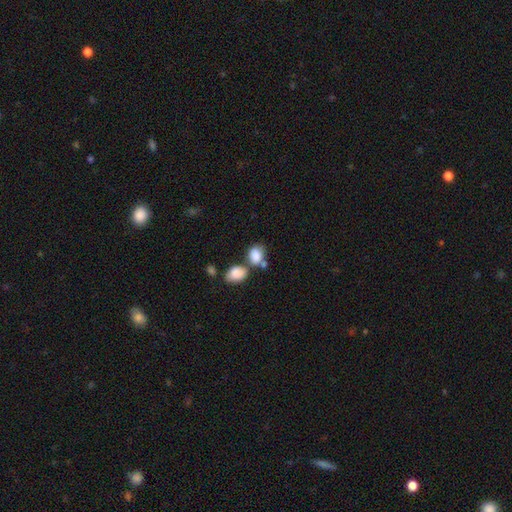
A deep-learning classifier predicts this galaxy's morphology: Smooth or featured: smooth — 83% (featured or disk — 9%)
How rounded: in between — 73% (round — 26%)
Merging: merger — 43% (none — 35%)